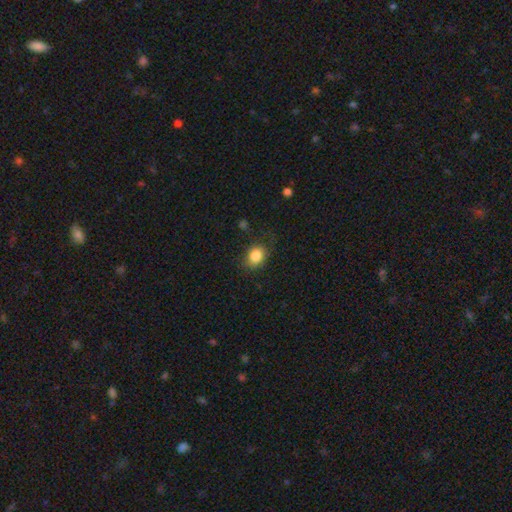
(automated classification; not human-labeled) This is clearly a smooth galaxy (85%). How rounded: possibly in between (54%). Merging: likely none (77%).